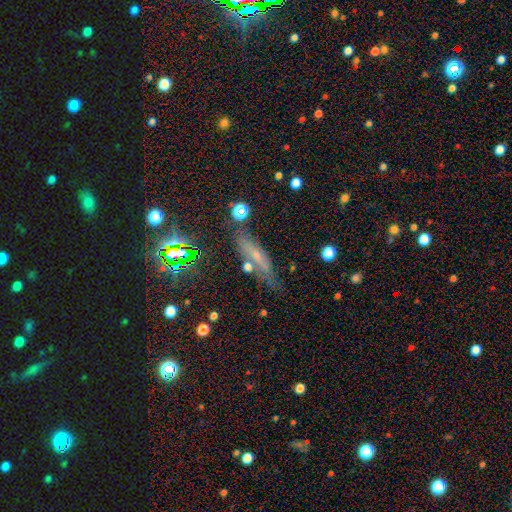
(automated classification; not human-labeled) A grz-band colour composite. It shows a smooth galaxy with no disk features (45%). Merging: none (67%).